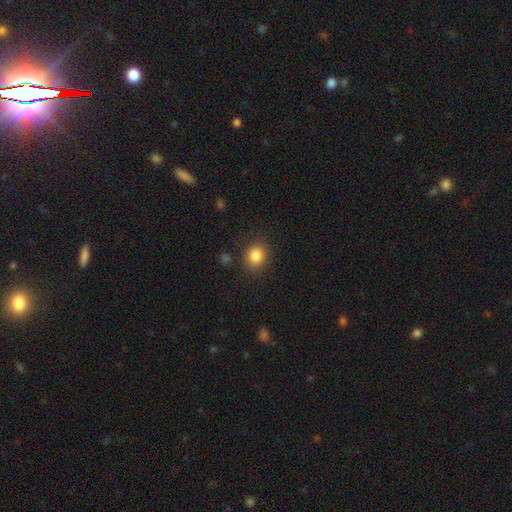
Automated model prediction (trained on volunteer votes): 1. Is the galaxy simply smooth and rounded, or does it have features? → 84% smooth, 10% star or artifact, 5% featured or disk.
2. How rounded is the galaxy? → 74% round, 25% in between, 1% cigar-shaped.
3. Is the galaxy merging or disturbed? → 86% none, 9% minor disturbance, 3% major disturbance, 2% merger.